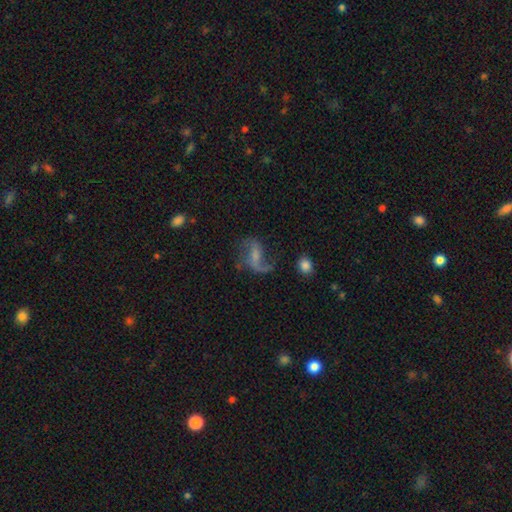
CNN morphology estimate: Smooth or featured?
  - featured or disk: 78% *
  - smooth: 12%
  - star or artifact: 10%
Edge-on disk?
  - no: 97% *
  - yes: 3%
Bar?
  - weak: 46% *
  - no: 34%
  - strong: 20%
Spiral arms?
  - yes: 92% *
  - no: 8%
Spiral winding?
  - loose: 70% *
  - medium: 24%
  - tight: 5%
Spiral arm count?
  - 2: 78% *
  - 1: 14%
  - can't tell: 4%
  - 3: 2%
  - 4: 1%
  - more than 4: 1%
Bulge size?
  - small: 46% *
  - moderate: 27%
  - none: 22%
  - large: 4%
  - dominant: 1%
Merging?
  - none: 57% *
  - major disturbance: 22%
  - minor disturbance: 18%
  - merger: 3%